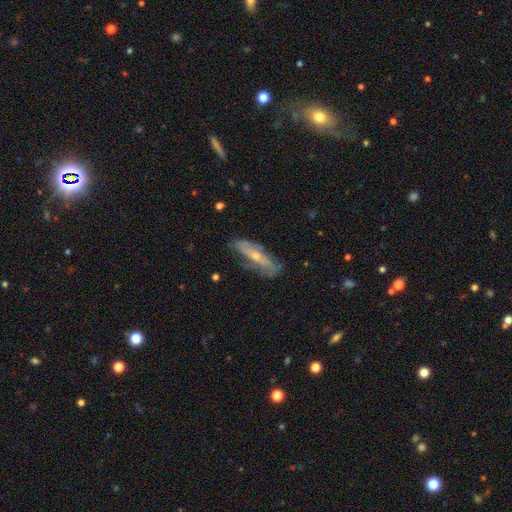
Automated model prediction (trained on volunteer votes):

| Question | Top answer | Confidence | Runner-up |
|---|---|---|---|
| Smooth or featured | featured or disk | 68% | smooth (25%) |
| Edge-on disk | no | 59% | yes (41%) |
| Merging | none | 73% | minor disturbance (20%) |